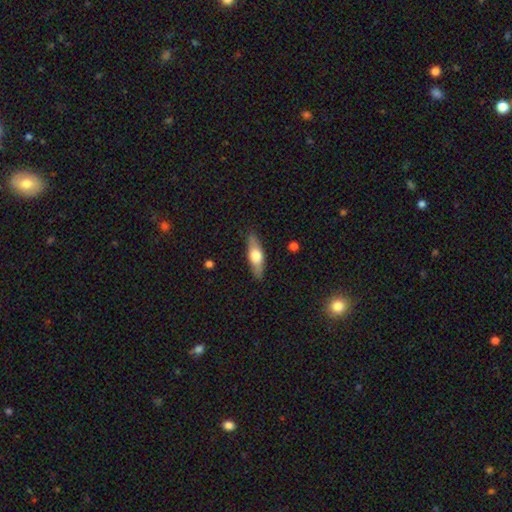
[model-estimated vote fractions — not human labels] A smooth galaxy with no disk features (50%). Merging: none (87%).